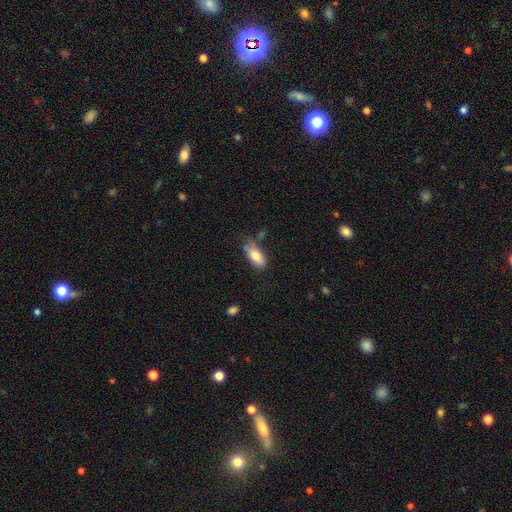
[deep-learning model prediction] A smooth galaxy with no disk features (79%) that is in between round and cigar-shaped (87%). Merging: none (56%).